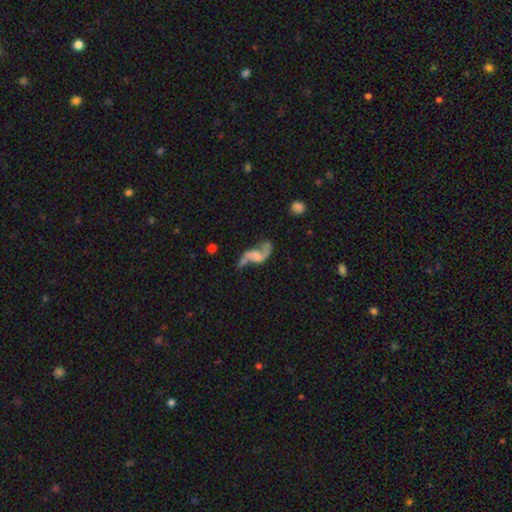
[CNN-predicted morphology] Smooth or featured: featured or disk — 77% (smooth — 15%)
Edge-on disk: no — 96% (yes — 4%)
Bar: no — 50% (weak — 36%)
Spiral arms: yes — 87% (no — 13%)
Spiral winding: loose — 87% (medium — 11%)
Spiral arm count: 2 — 87% (1 — 7%)
Bulge size: none — 54% (small — 24%)
Merging: none — 39% (major disturbance — 26%)